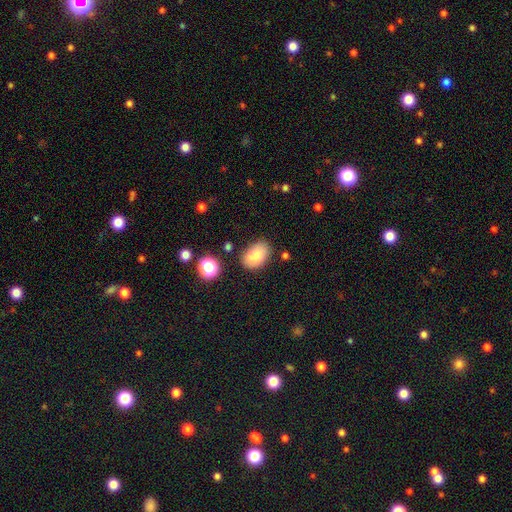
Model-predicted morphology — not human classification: Overall: smooth (83%). How rounded: in between (87%). Merging: none (74%).